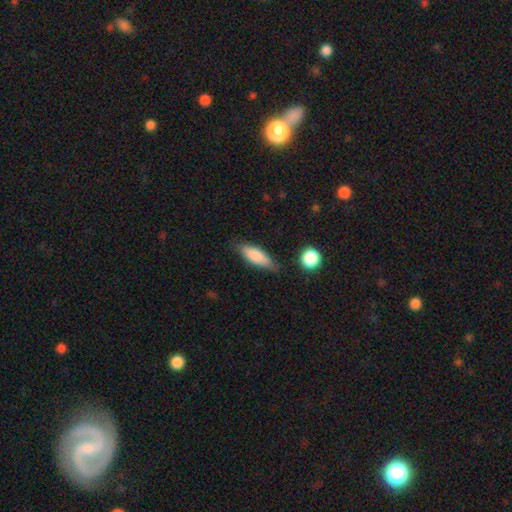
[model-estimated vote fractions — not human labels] Smooth or featured? Predicted: smooth (p=0.79). How rounded? Predicted: in between (p=0.57). Merging? Predicted: none (p=0.72).